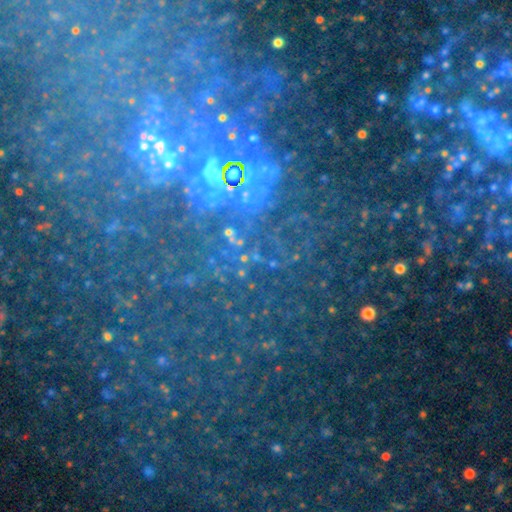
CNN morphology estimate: Smooth or featured: star or artifact — 72% (featured or disk — 16%)